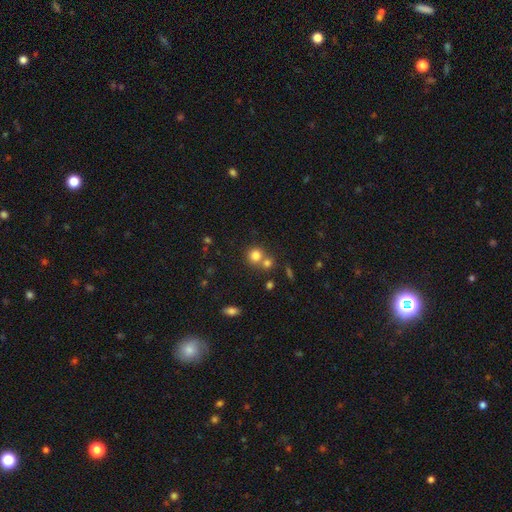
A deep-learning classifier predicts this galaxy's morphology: smooth 78%, star or artifact 13%, featured or disk 9%. Down the decision tree: how rounded — round (88%); merging — none (54%).